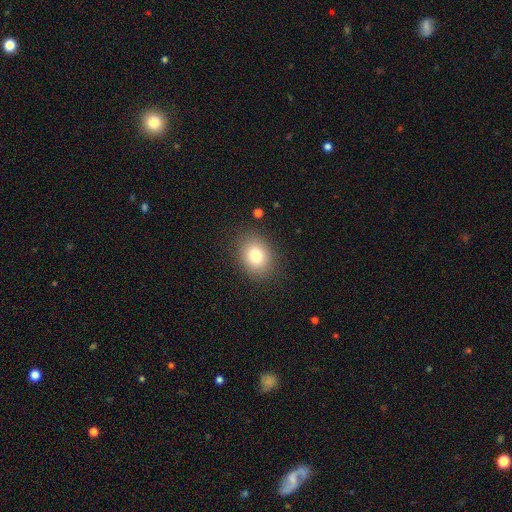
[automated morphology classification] This is likely a smooth galaxy (80%). How rounded: possibly in between (53%). Merging: clearly none (86%).